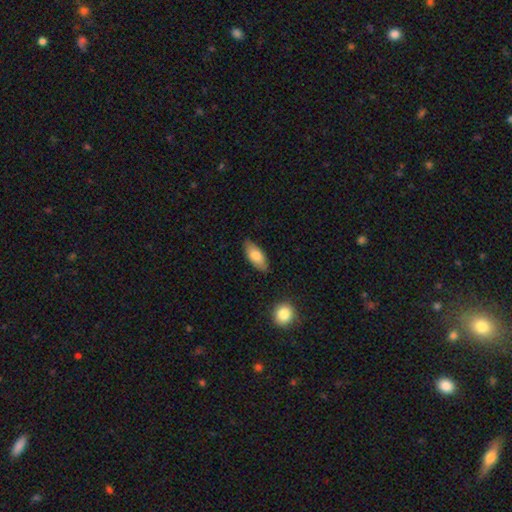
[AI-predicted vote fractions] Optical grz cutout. It shows a smooth galaxy with no disk features (78%) that is in between round and cigar-shaped (86%). Merging: none (81%).